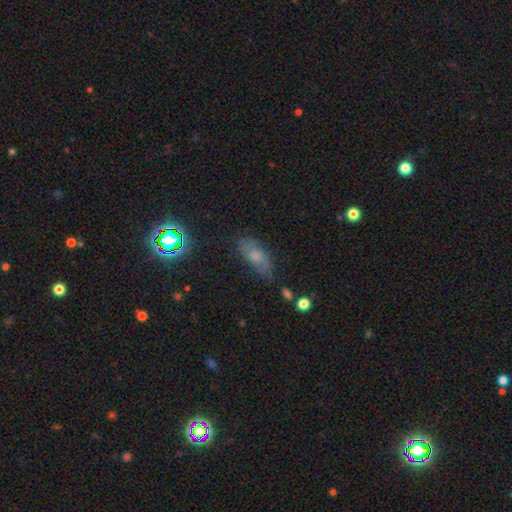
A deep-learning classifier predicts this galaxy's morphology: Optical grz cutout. It shows a smooth galaxy with no disk features (57%) that is in between round and cigar-shaped (78%). Merging: none (68%).